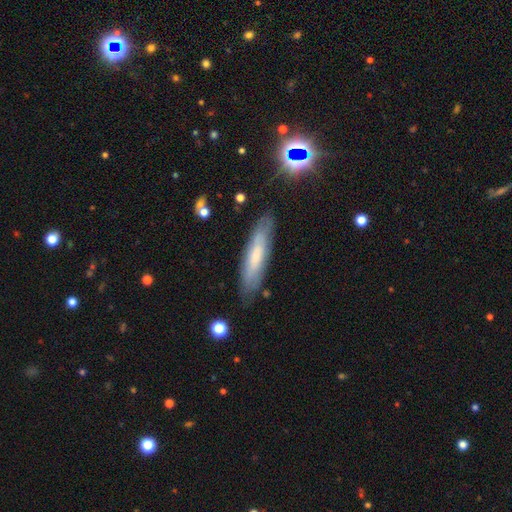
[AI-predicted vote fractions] A smooth galaxy with no disk features (54%) that is cigar-shaped (75%).

Vote fractions:
- Smooth or featured? smooth: 54% / featured or disk: 38% / star or artifact: 7%
- How rounded? cigar-shaped: 75% / in between: 24% / round: 2%
- Merging? none: 81% / minor disturbance: 14% / major disturbance: 3% / merger: 2%